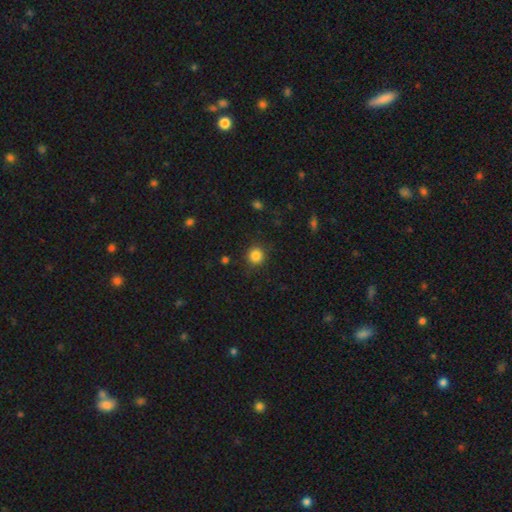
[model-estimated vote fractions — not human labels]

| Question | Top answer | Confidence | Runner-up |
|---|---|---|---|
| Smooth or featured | smooth | 84% | star or artifact (12%) |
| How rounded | round | 92% | in between (7%) |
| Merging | none | 88% | minor disturbance (8%) |